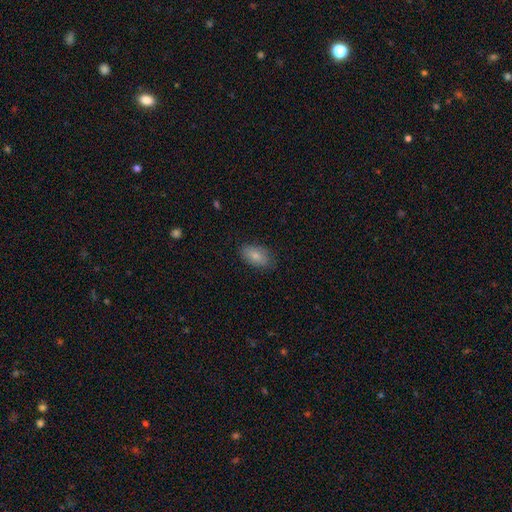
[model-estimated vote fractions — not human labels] A smooth galaxy with no disk features (79%) that is in between round and cigar-shaped (92%).

Vote fractions:
- Smooth or featured? smooth: 79% / featured or disk: 14% / star or artifact: 7%
- How rounded? in between: 92% / round: 6% / cigar-shaped: 2%
- Merging? none: 78% / minor disturbance: 17% / major disturbance: 4% / merger: 1%